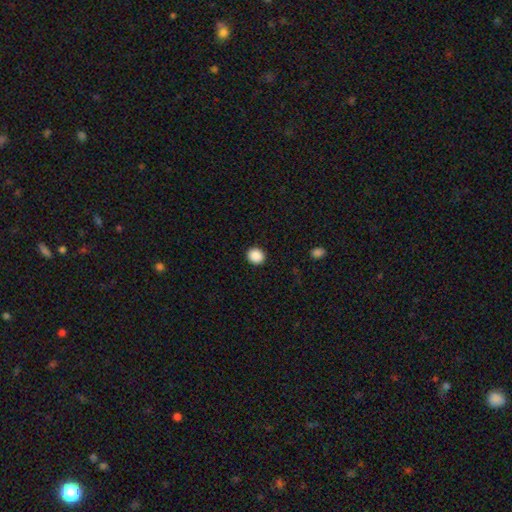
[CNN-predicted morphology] Smooth or featured? smooth (89%)
How rounded? round (80%)
Merging? none (92%)